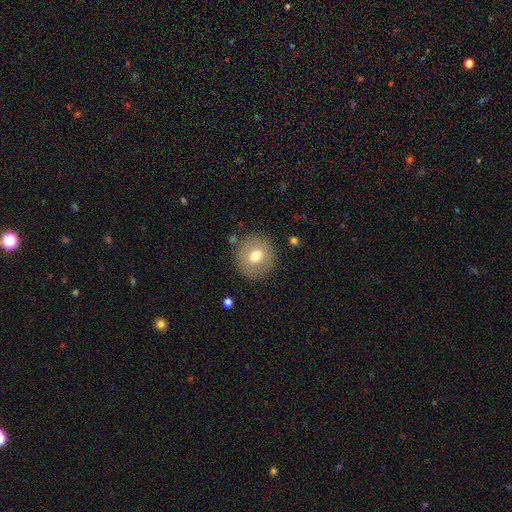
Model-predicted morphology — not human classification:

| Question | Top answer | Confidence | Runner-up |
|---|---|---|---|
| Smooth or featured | smooth | 68% | featured or disk (23%) |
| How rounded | round | 91% | in between (9%) |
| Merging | none | 85% | minor disturbance (9%) |